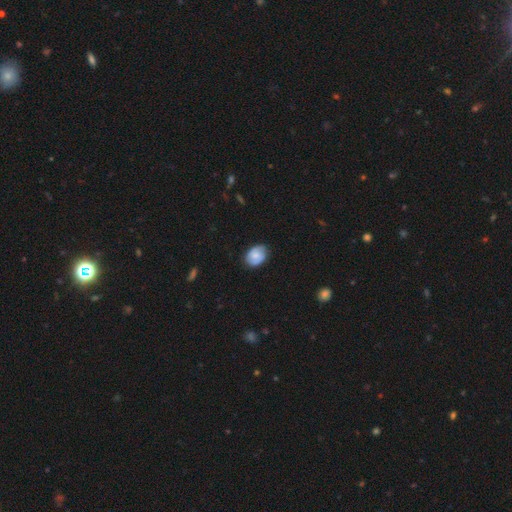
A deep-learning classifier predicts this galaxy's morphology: Overall: smooth (48%; featured or disk 44%). Merging: none (79%).